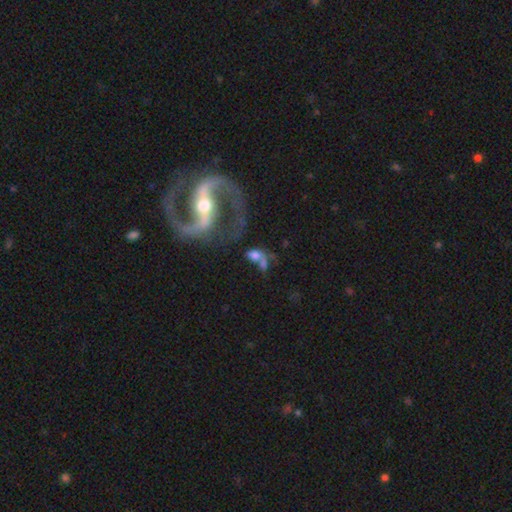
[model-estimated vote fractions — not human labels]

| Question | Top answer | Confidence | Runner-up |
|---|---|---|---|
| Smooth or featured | smooth | 48% | featured or disk (39%) |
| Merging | merger | 42% | none (27%) |